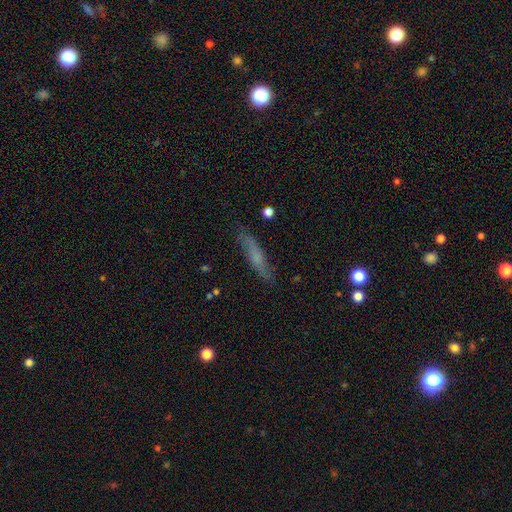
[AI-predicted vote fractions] smooth_or_featured: smooth (p=0.52) [alt: featured or disk p=0.39]
how_rounded: cigar-shaped (p=0.85) [alt: in between p=0.12]
merging: none (p=0.81) [alt: minor disturbance p=0.14]